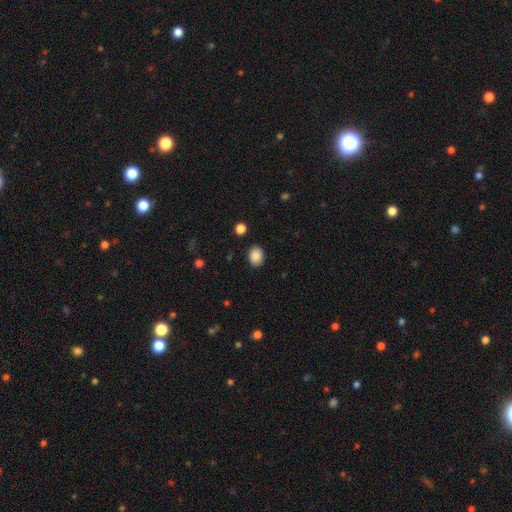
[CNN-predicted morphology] This appears to be a smooth galaxy with no disk features (88%) that is in between round and cigar-shaped (67%). Merging: none (88%).